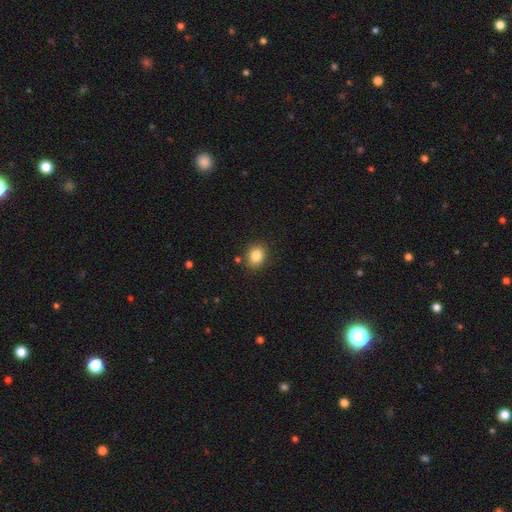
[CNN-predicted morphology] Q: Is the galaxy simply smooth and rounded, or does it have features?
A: smooth — 85%.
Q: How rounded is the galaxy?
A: round — 56%.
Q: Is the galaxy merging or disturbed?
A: none — 84%.